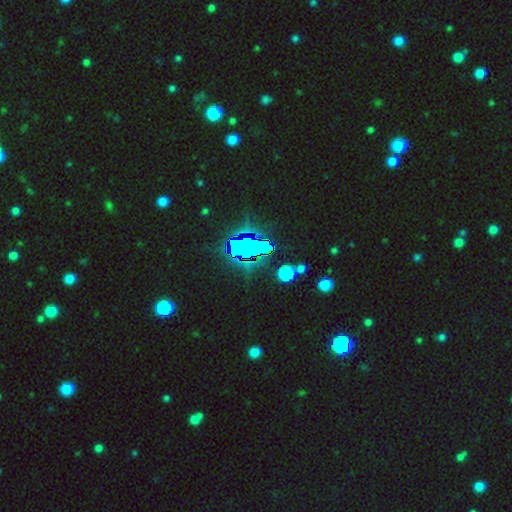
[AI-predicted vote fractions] smooth-or-featured: star or artifact: 73% | smooth: 17% | featured or disk: 10%